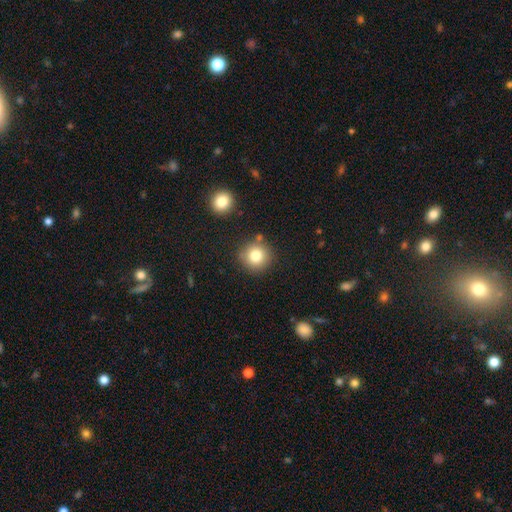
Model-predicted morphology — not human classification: Smooth or featured?
  - smooth: 80% *
  - star or artifact: 11%
  - featured or disk: 9%
How rounded?
  - round: 93% *
  - in between: 6%
  - cigar-shaped: 1%
Merging?
  - none: 82% *
  - minor disturbance: 9%
  - merger: 7%
  - major disturbance: 3%